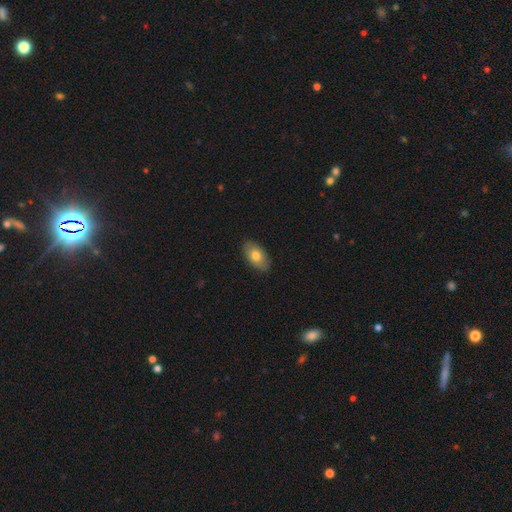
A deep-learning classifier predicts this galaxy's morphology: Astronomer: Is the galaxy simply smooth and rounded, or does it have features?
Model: smooth — 75%.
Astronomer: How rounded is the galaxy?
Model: in between — 93%.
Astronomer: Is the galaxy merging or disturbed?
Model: none — 87%.